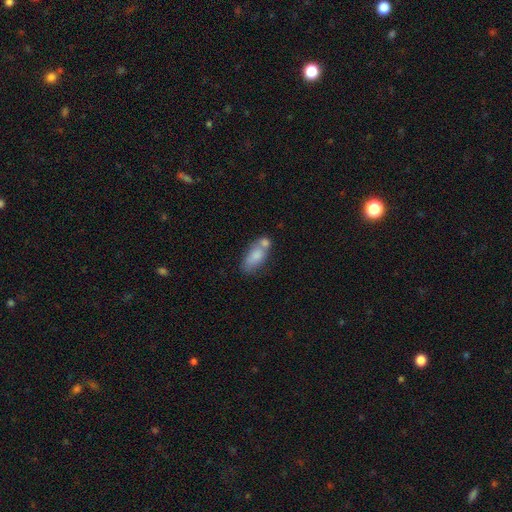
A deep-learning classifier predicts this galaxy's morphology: Smooth or featured?
  - smooth: 78% *
  - featured or disk: 15%
  - star or artifact: 7%
How rounded?
  - in between: 84% *
  - cigar-shaped: 11%
  - round: 5%
Merging?
  - merger: 44% *
  - none: 34%
  - minor disturbance: 15%
  - major disturbance: 7%